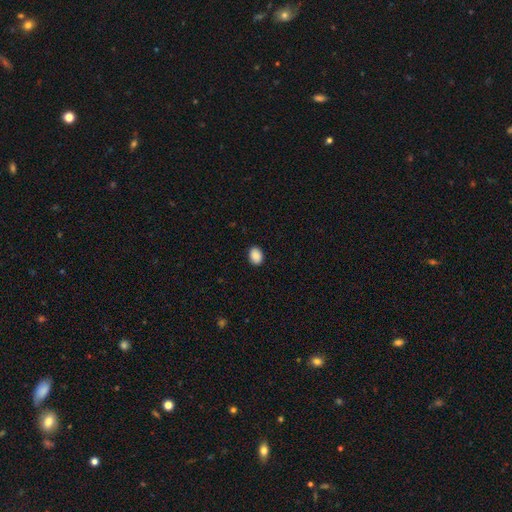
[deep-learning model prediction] smooth_or_featured: smooth (p=0.89) [alt: star or artifact p=0.08]
how_rounded: in between (p=0.71) [alt: round p=0.28]
merging: none (p=0.90) [alt: minor disturbance p=0.07]